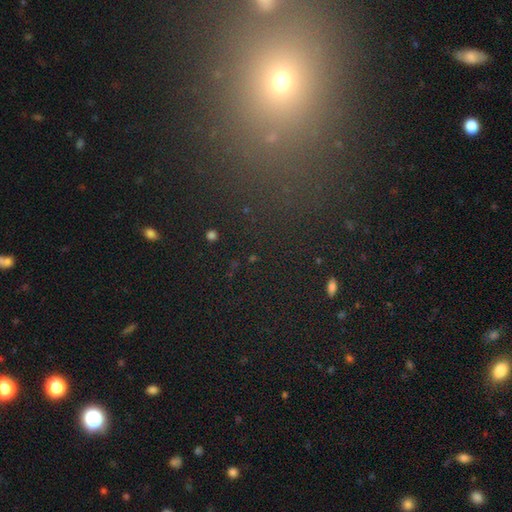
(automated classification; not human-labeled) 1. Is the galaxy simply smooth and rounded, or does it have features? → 53% star or artifact, 37% smooth, 11% featured or disk.